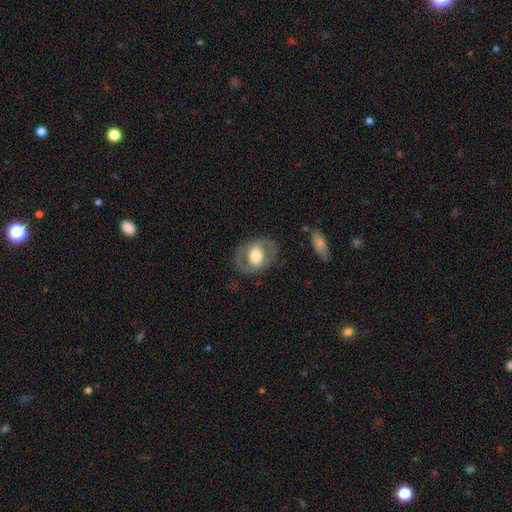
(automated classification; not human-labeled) smooth-or-featured: featured or disk: 53% | smooth: 40% | star or artifact: 6%
  disk-edge-on: no: 94% | yes: 6%
  merging: none: 74% | minor disturbance: 14% | major disturbance: 10% | merger: 1%